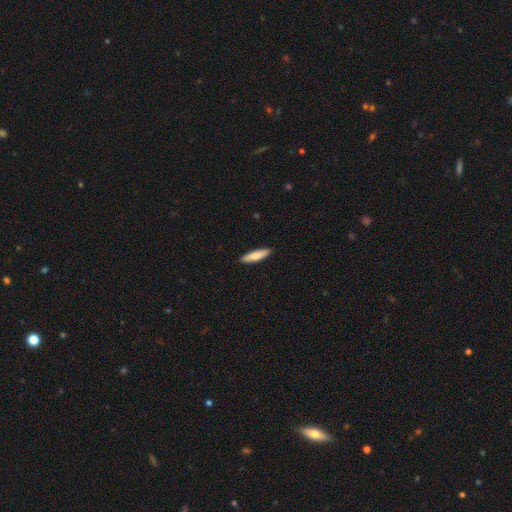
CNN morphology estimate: A smooth galaxy with no disk features (79%) that is cigar-shaped (71%). Merging: none (91%).